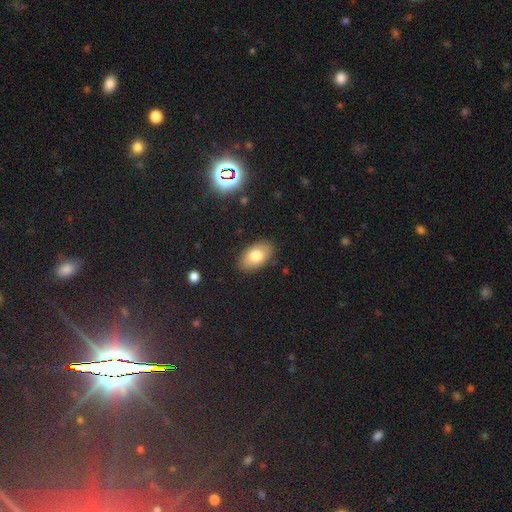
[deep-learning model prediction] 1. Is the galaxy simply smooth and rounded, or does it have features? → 79% smooth, 14% featured or disk, 8% star or artifact.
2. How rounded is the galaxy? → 93% in between, 5% round, 2% cigar-shaped.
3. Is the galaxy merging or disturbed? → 86% none, 10% minor disturbance, 2% major disturbance, 1% merger.